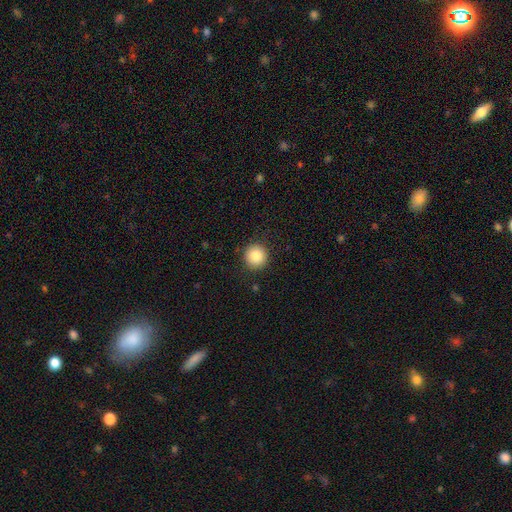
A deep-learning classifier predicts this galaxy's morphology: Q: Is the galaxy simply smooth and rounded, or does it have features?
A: smooth — 86%.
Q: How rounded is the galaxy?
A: round — 94%.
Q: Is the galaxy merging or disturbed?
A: none — 90%.